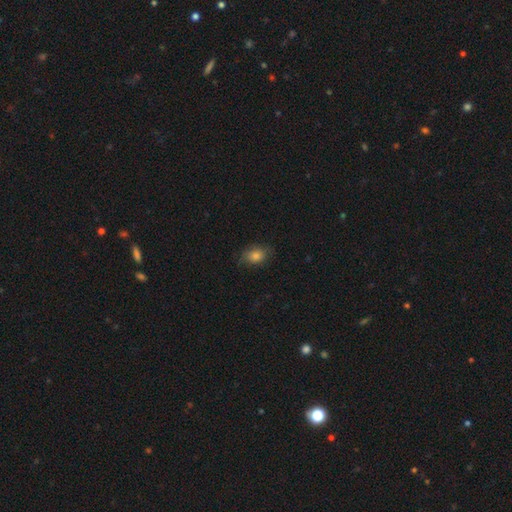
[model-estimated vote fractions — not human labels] A smooth galaxy with no disk features (78%) that is in between round and cigar-shaped (65%). Merging: none (72%).